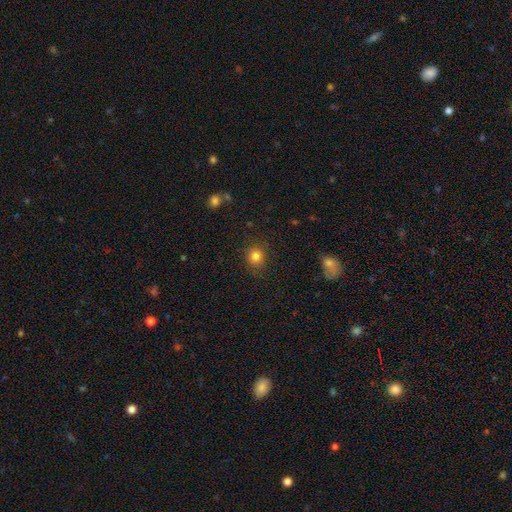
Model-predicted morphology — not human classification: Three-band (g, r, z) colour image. It shows a smooth galaxy with no disk features (82%) that is round (83%). Merging: none (85%).